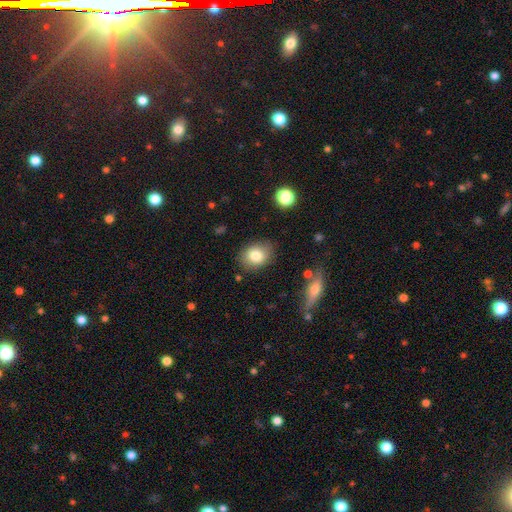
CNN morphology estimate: smooth-or-featured: smooth: 81% | featured or disk: 10% | star or artifact: 9%
  how-rounded: in between: 55% | round: 44% | cigar-shaped: 1%
  merging: none: 81% | minor disturbance: 14% | major disturbance: 3% | merger: 2%